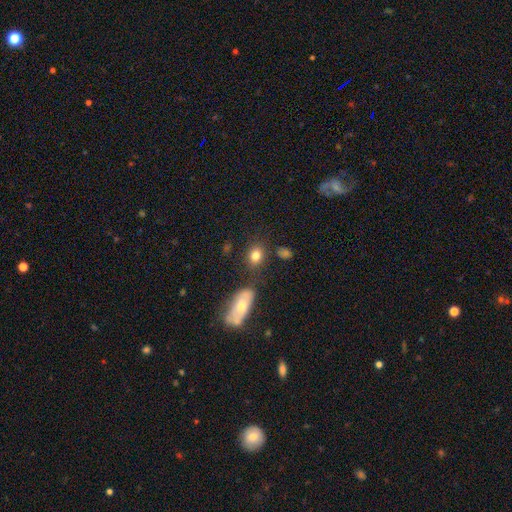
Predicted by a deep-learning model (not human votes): Smooth or featured? Predicted: smooth (p=0.81). How rounded? Predicted: in between (p=0.53). Merging? Predicted: none (p=0.73).